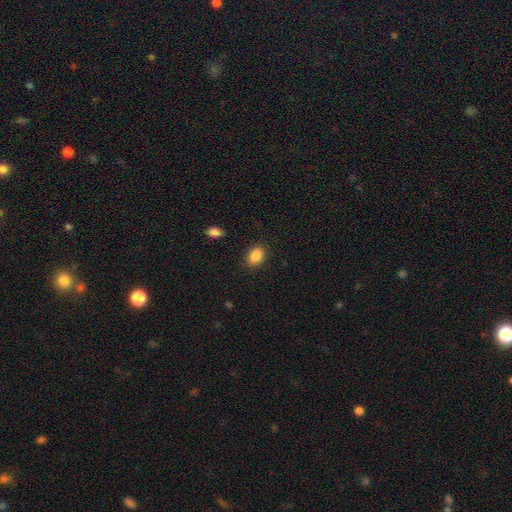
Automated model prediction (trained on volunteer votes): Smooth or featured: smooth — 88% (star or artifact — 8%)
How rounded: in between — 74% (round — 25%)
Merging: none — 87% (minor disturbance — 9%)